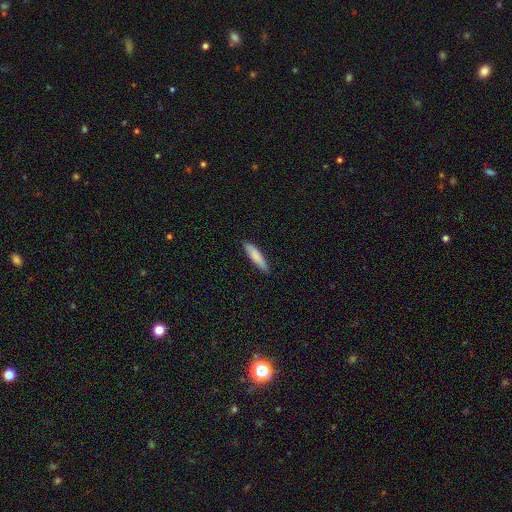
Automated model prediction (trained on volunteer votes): Smooth or featured? Predicted: smooth (p=0.84). How rounded? Predicted: cigar-shaped (p=0.77). Merging? Predicted: none (p=0.86).